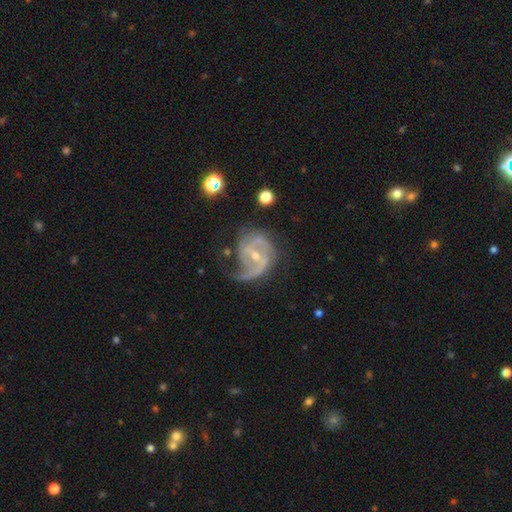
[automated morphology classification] This appears to be a featured or disk galaxy (88%) with a weak bar (50%), 2 (56%) medium (48%) spiral arms (96%) and a small central bulge (61%). Merging: none (47%).